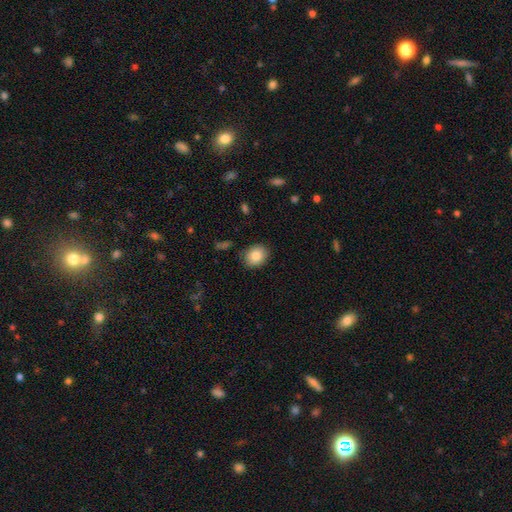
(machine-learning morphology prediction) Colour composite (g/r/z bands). It shows a smooth galaxy with no disk features (85%) that is round (58%). Merging: none (87%).